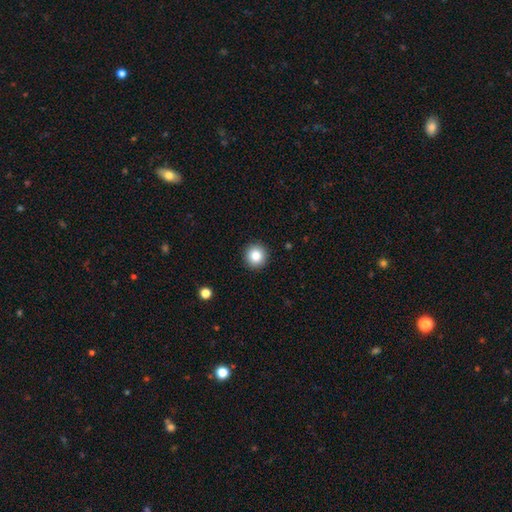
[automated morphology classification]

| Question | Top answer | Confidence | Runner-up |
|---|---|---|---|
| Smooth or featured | smooth | 85% | star or artifact (10%) |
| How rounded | round | 94% | in between (5%) |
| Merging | none | 92% | minor disturbance (5%) |